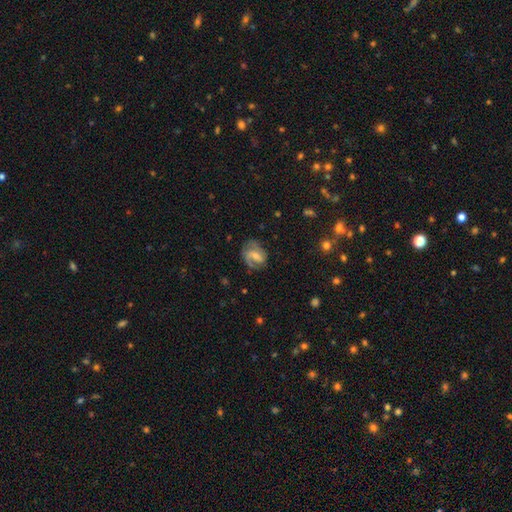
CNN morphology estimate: The model was most divided on "bulge size": small: 49%, moderate: 42%, none: 5%, large: 3%, dominant: 1%. Remaining: edge-on disk — no (97%); spiral arms — yes (91%); smooth or featured — featured or disk (71%); spiral arm count — 2 (69%); merging — none (65%); bar — weak (49%); spiral winding — medium (48%).